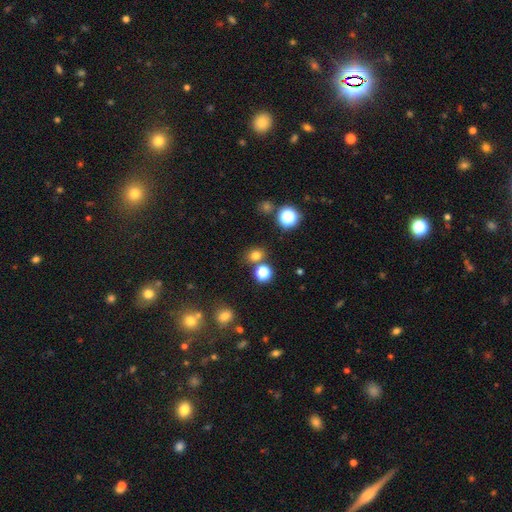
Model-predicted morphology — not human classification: Q: Smooth or featured?
A: smooth (72%); runner-up: star or artifact (21%)
Q: How rounded?
A: round (66%); runner-up: in between (33%)
Q: Merging?
A: none (75%); runner-up: merger (12%)